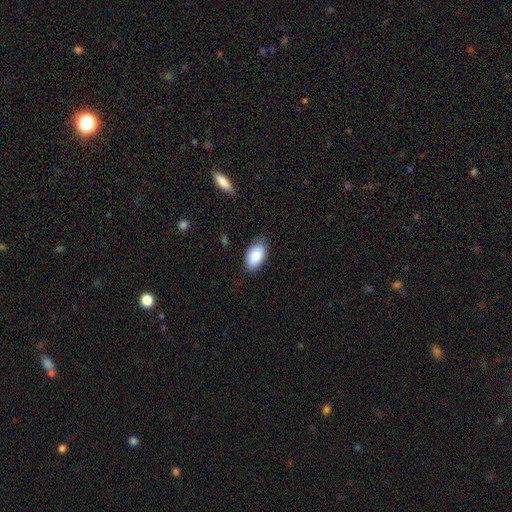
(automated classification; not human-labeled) smooth-or-featured: smooth: 88% | featured or disk: 6% | star or artifact: 6%
  how-rounded: in between: 95% | round: 3% | cigar-shaped: 2%
  merging: none: 81% | minor disturbance: 15% | major disturbance: 3% | merger: 1%